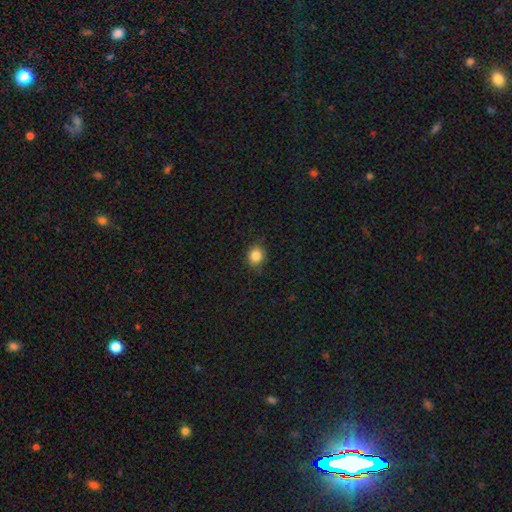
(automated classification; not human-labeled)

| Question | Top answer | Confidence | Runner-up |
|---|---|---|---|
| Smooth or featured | smooth | 85% | star or artifact (10%) |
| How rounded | round | 78% | in between (21%) |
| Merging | none | 86% | minor disturbance (11%) |